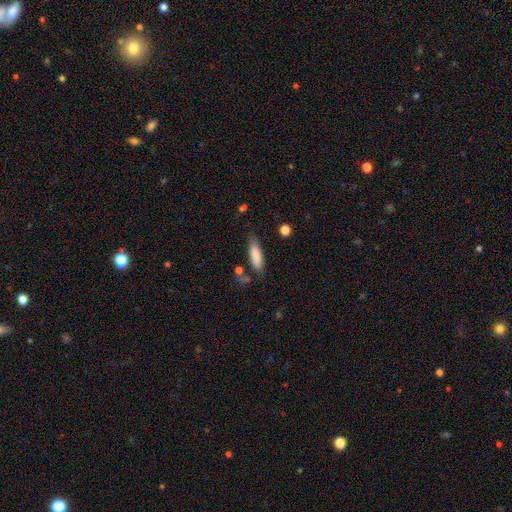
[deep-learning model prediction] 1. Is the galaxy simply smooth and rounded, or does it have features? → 85% smooth, 9% featured or disk, 6% star or artifact.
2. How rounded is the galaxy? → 55% cigar-shaped, 43% in between, 2% round.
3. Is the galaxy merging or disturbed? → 77% none, 16% minor disturbance, 4% major disturbance, 4% merger.